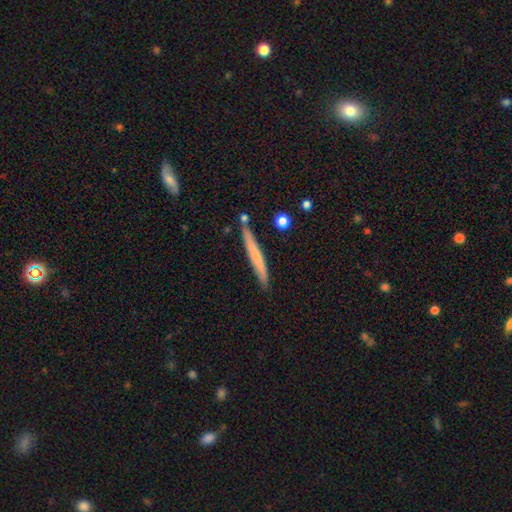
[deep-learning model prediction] smooth-or-featured: smooth: 55% | featured or disk: 39% | star or artifact: 6%
  how-rounded: cigar-shaped: 96% | in between: 3% | round: 1%
  merging: none: 84% | minor disturbance: 11% | merger: 4% | major disturbance: 2%